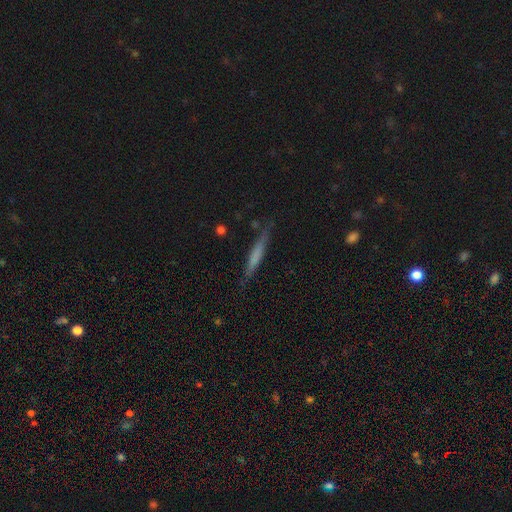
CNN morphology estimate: Smooth or featured: smooth — 58% (featured or disk — 35%)
How rounded: cigar-shaped — 94% (in between — 5%)
Merging: none — 81% (minor disturbance — 14%)